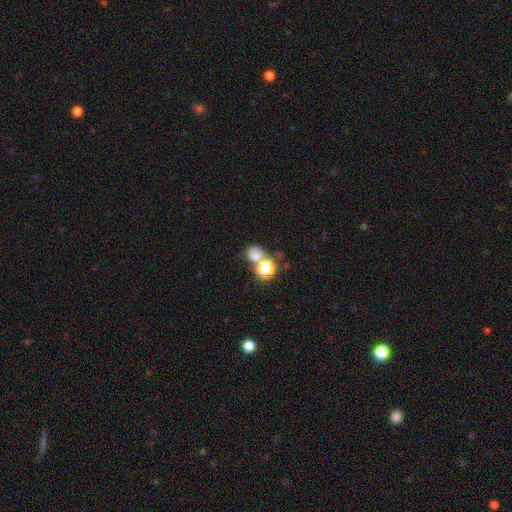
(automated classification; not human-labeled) Smooth or featured? Predicted: smooth (p=0.67). How rounded? Predicted: round (p=0.66). Merging? Predicted: none (p=0.44).